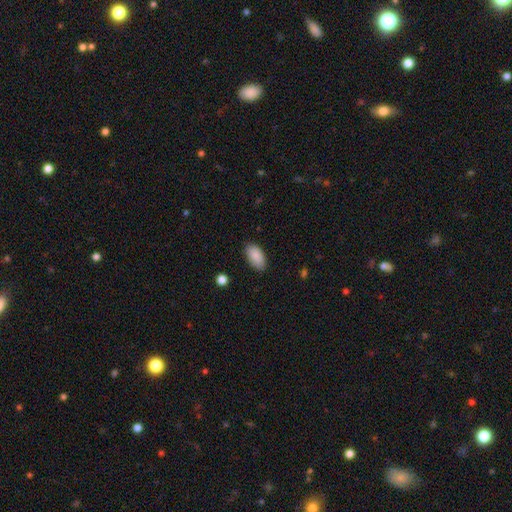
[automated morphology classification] Smooth or featured? Predicted: smooth (p=0.90). How rounded? Predicted: in between (p=0.94). Merging? Predicted: none (p=0.86).